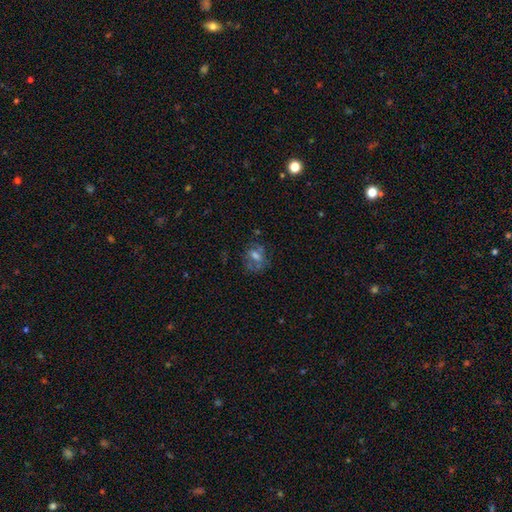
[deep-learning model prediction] Smooth or featured? featured or disk (46%)
Merging? none (60%)